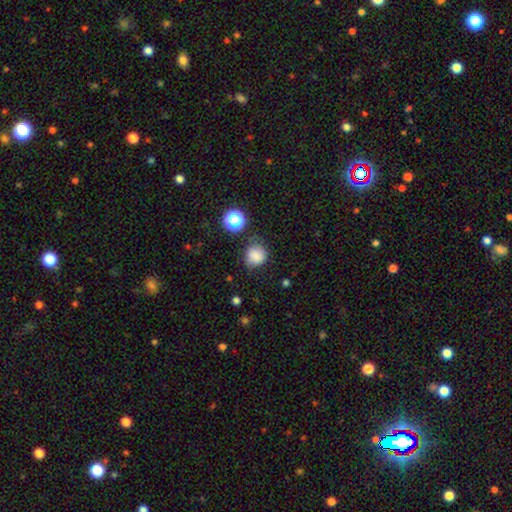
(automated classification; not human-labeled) Smooth or featured? smooth (80%)
How rounded? round (79%)
Merging? none (65%)